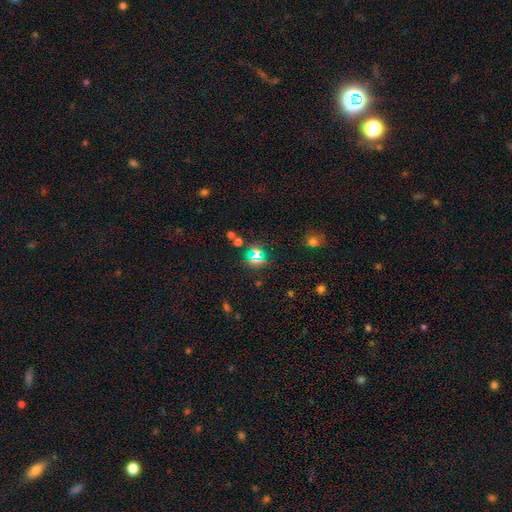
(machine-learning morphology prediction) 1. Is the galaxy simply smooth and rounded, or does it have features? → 66% star or artifact, 24% smooth, 10% featured or disk.